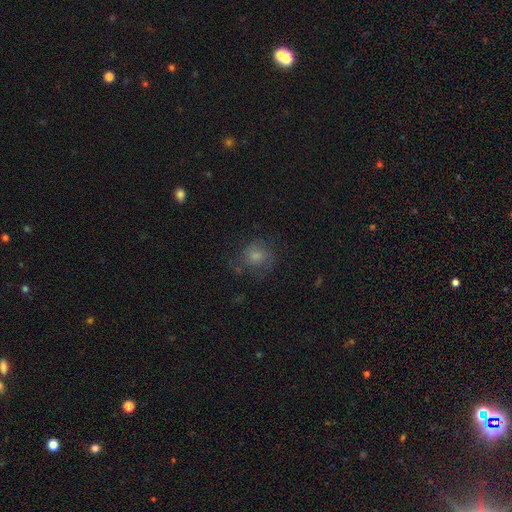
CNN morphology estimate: The model was most divided on "smooth or featured": smooth: 42%, featured or disk: 41%, star or artifact: 18%. More confident: merging — none (65%).